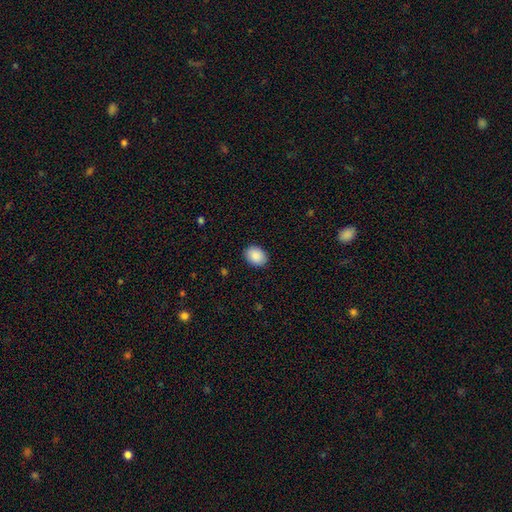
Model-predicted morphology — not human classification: Overall: smooth (89%). How rounded: in between (67%; round 32%). Merging: none (89%).